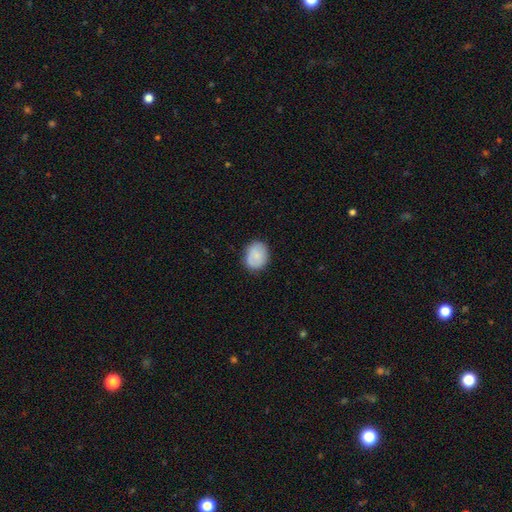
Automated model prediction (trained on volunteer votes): Smooth or featured? Predicted: smooth (p=0.79). How rounded? Predicted: round (p=0.52). Merging? Predicted: none (p=0.80).